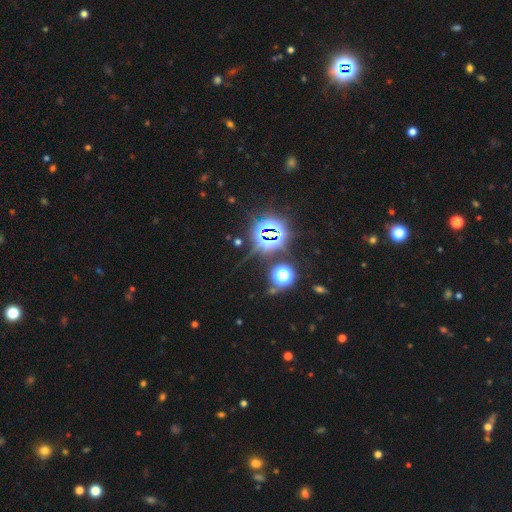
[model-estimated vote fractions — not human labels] smooth_or_featured: star or artifact (p=0.83) [alt: smooth p=0.11]